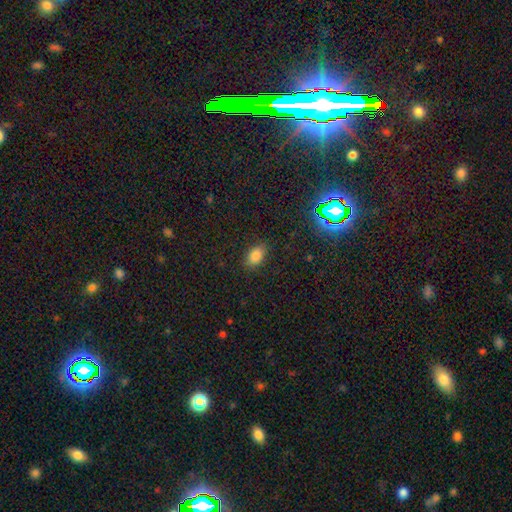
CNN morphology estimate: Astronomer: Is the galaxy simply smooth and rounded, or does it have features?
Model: smooth — 81%.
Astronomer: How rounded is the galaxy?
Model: in between — 88%.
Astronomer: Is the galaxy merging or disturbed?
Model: none — 85%.